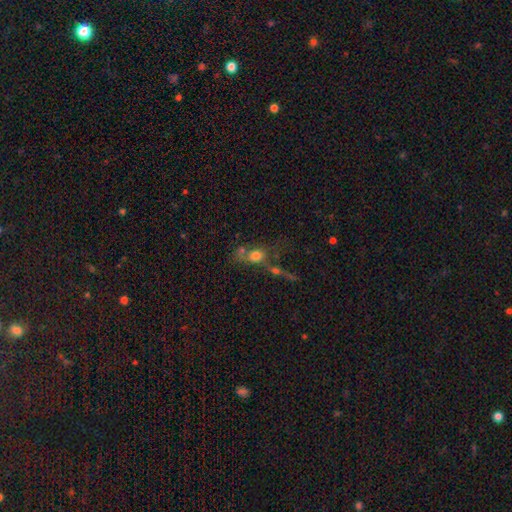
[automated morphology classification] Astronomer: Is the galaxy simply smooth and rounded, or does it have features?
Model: smooth — 65%.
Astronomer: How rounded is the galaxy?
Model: round — 50% (runner-up: in between, 45%).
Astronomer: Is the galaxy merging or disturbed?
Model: merger — 47% (runner-up: none, 30%).